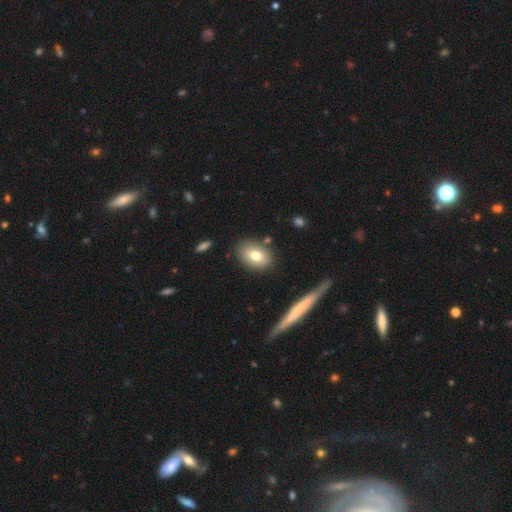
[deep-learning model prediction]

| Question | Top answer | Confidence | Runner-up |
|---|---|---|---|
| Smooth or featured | smooth | 76% | featured or disk (15%) |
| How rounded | in between | 79% | round (19%) |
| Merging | none | 82% | minor disturbance (11%) |